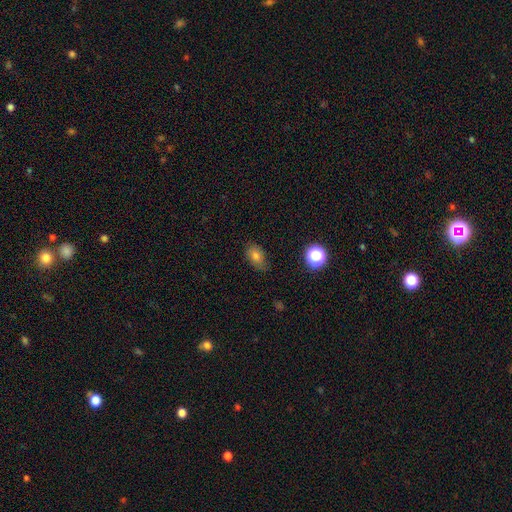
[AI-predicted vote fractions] Overall: smooth (73%). How rounded: in between (83%). Merging: none (73%).